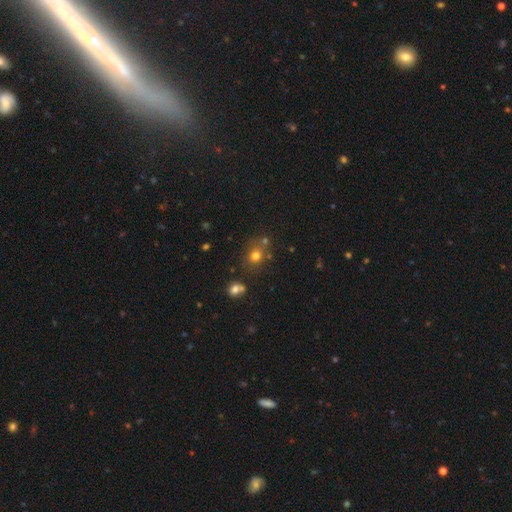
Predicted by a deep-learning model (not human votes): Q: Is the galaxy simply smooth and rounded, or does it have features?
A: smooth — 72%.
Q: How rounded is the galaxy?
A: round — 75%.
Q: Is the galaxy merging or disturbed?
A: none — 69%.